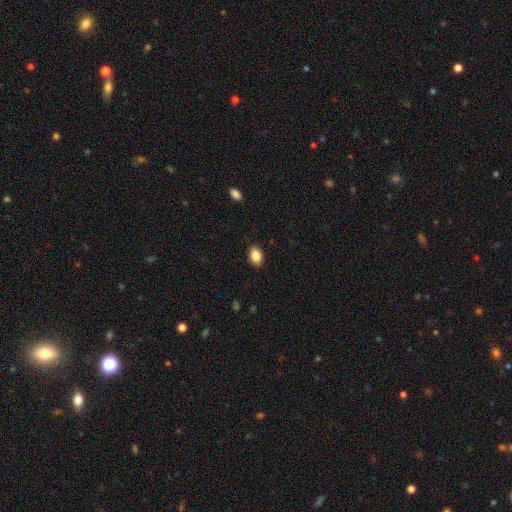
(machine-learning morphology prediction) type=smooth (87%); roundness=in between (86%); merging=none (89%).